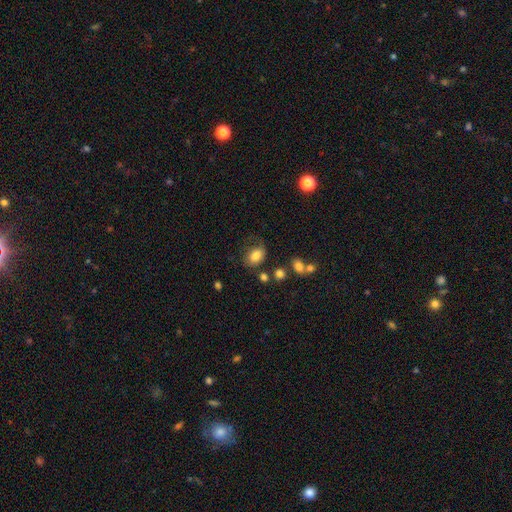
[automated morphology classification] A smooth galaxy with no disk features (79%) that is in between round and cigar-shaped (78%).

Vote fractions:
- Smooth or featured? smooth: 79% / featured or disk: 11% / star or artifact: 10%
- How rounded? in between: 78% / round: 20% / cigar-shaped: 1%
- Merging? none: 59% / minor disturbance: 24% / major disturbance: 12% / merger: 5%